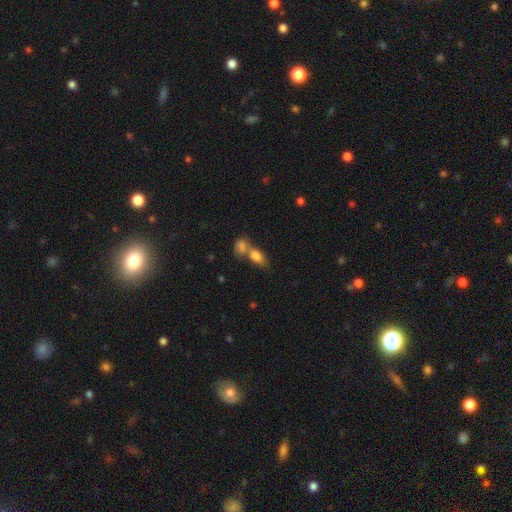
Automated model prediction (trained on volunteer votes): A smooth galaxy with no disk features (80%) that is in between round and cigar-shaped (85%).

Vote fractions:
- Smooth or featured? smooth: 80% / featured or disk: 12% / star or artifact: 9%
- How rounded? in between: 85% / round: 8% / cigar-shaped: 7%
- Merging? merger: 55% / none: 32% / minor disturbance: 9% / major disturbance: 4%